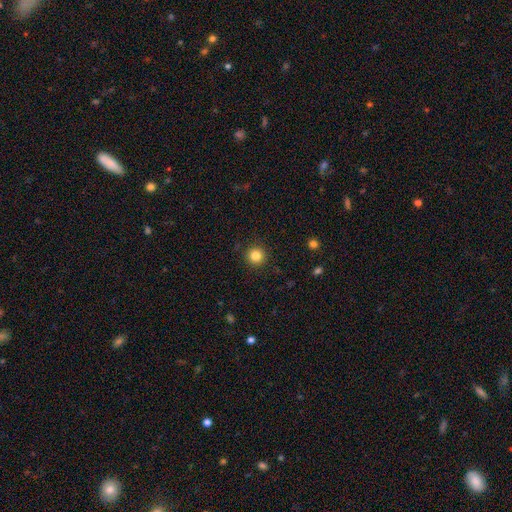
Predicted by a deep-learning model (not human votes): Q: Smooth or featured?
A: smooth (83%); runner-up: star or artifact (12%)
Q: How rounded?
A: round (95%); runner-up: in between (4%)
Q: Merging?
A: none (92%); runner-up: minor disturbance (5%)